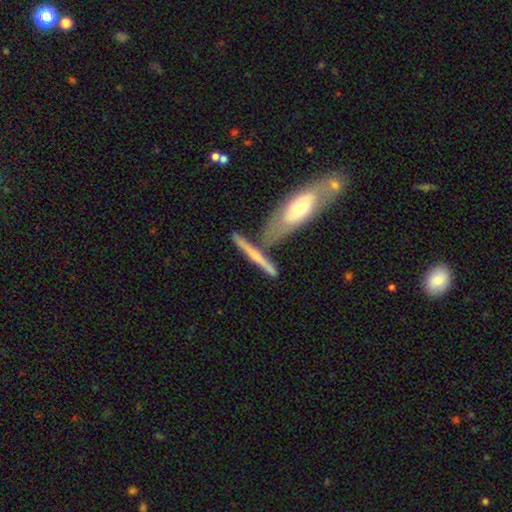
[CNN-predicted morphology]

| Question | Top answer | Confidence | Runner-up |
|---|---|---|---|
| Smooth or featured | featured or disk | 51% | smooth (42%) |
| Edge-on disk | yes | 89% | no (11%) |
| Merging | none | 61% | merger (22%) |